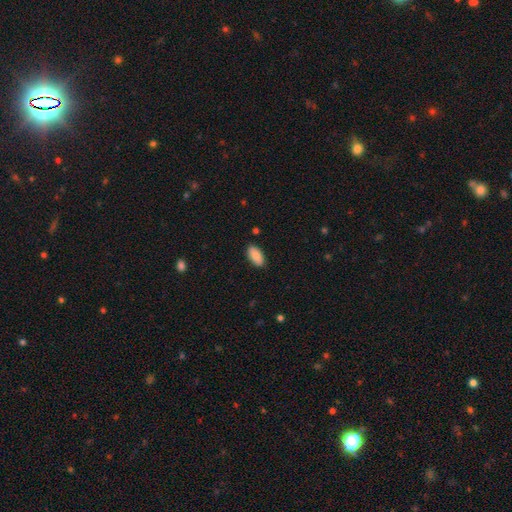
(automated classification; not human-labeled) Smooth or featured?
  - smooth: 86% *
  - featured or disk: 8%
  - star or artifact: 6%
How rounded?
  - in between: 92% *
  - cigar-shaped: 6%
  - round: 2%
Merging?
  - none: 88% *
  - minor disturbance: 9%
  - major disturbance: 2%
  - merger: 1%